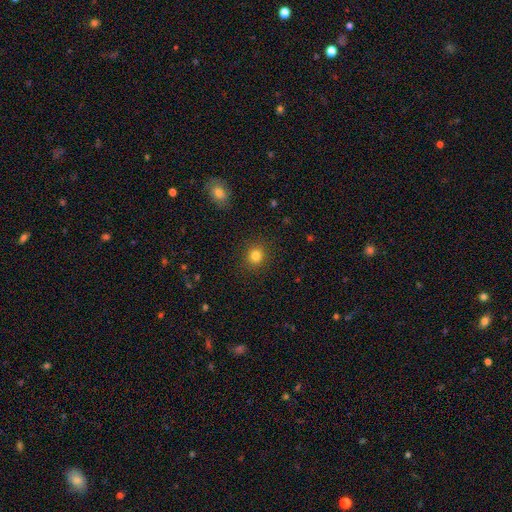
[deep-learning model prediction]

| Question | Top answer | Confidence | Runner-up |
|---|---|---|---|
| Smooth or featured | smooth | 82% | star or artifact (13%) |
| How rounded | round | 85% | in between (14%) |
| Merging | none | 90% | minor disturbance (6%) |